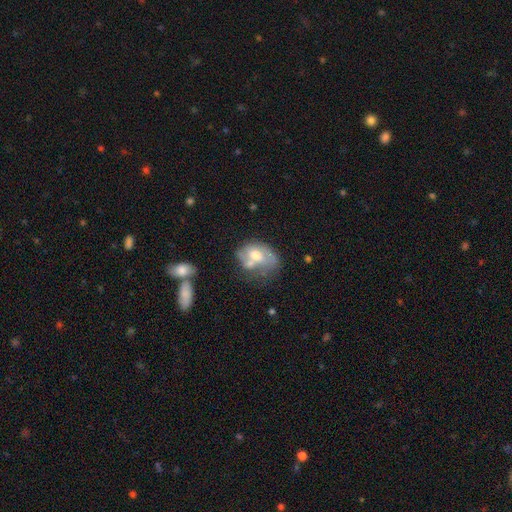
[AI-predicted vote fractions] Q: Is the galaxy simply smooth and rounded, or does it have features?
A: featured or disk — 49%.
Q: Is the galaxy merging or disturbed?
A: merger — 30%.